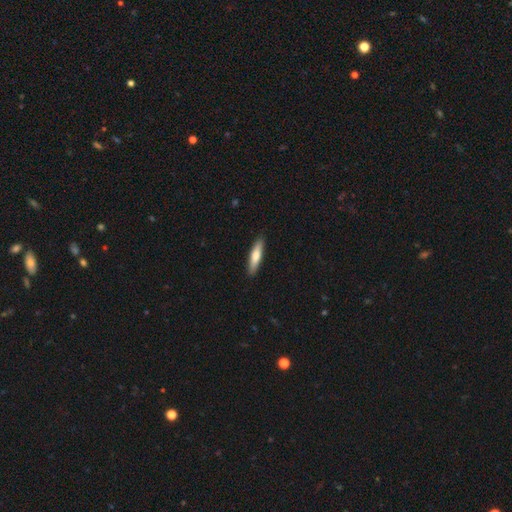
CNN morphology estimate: Smooth or featured?
  - smooth: 68% *
  - featured or disk: 27%
  - star or artifact: 5%
How rounded?
  - cigar-shaped: 79% *
  - in between: 19%
  - round: 1%
Merging?
  - none: 90% *
  - minor disturbance: 7%
  - major disturbance: 2%
  - merger: 1%